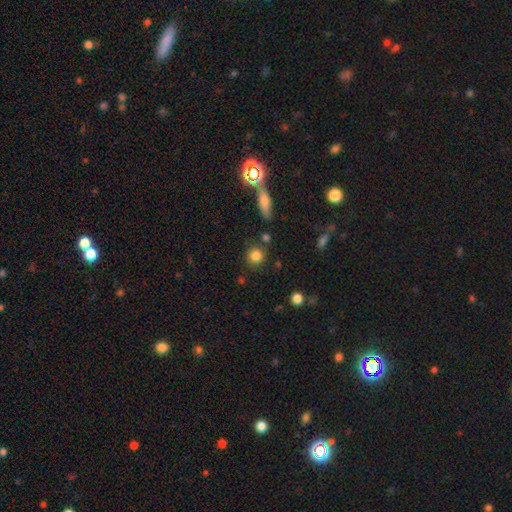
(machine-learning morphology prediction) This appears to be a smooth galaxy with no disk features (83%) that is round (88%). Merging: none (80%).